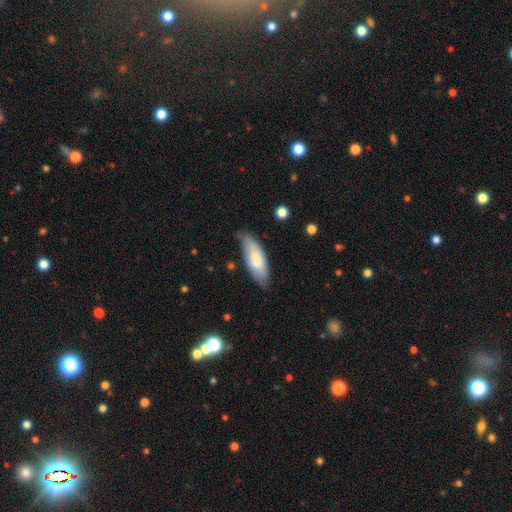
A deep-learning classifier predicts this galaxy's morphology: A smooth galaxy with no disk features (71%) that is in between round and cigar-shaped (66%). Merging: none (63%).